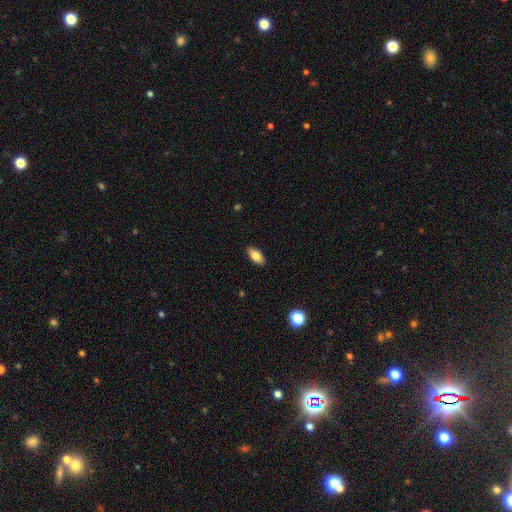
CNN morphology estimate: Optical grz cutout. It shows a smooth galaxy with no disk features (79%) that is in between round and cigar-shaped (89%). Merging: none (89%).